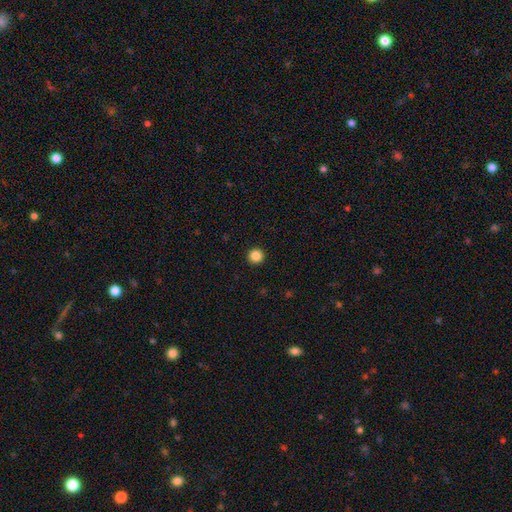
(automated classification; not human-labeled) Q: Smooth or featured?
A: smooth (86%); runner-up: star or artifact (11%)
Q: How rounded?
A: round (96%); runner-up: in between (3%)
Q: Merging?
A: none (94%); runner-up: minor disturbance (4%)